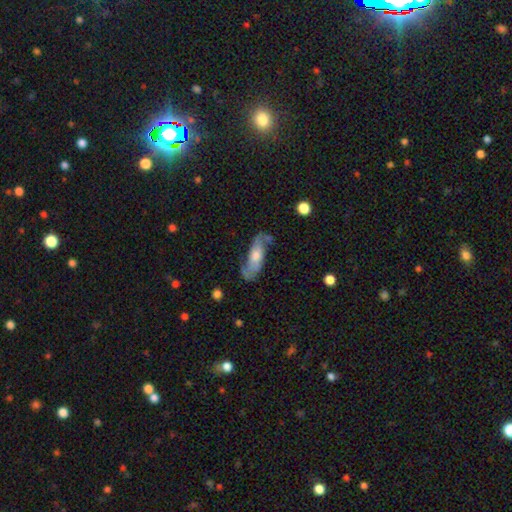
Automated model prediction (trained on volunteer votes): featured or disk 58%, smooth 36%, star or artifact 7%. Down the decision tree: edge-on disk — no (74%); merging — none (59%).